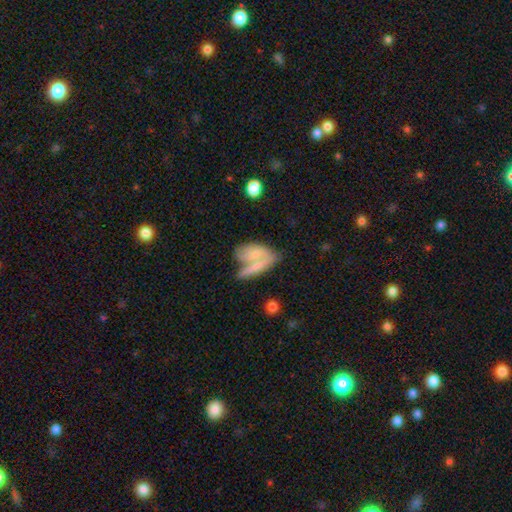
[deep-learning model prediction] A smooth galaxy with no disk features (59%) that is in between round and cigar-shaped (78%). Merging: merger (51%).